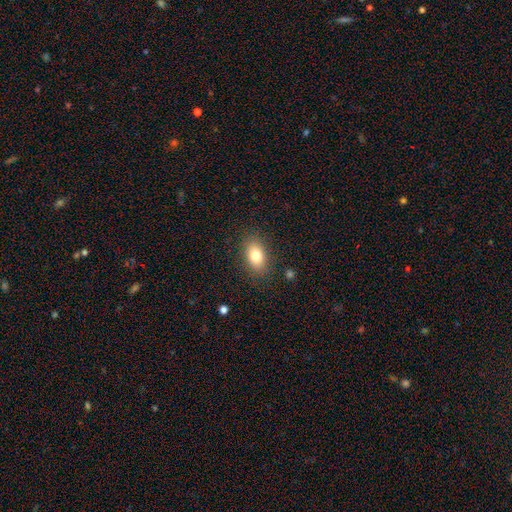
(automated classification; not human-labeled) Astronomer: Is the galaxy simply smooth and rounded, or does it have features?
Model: smooth — 81%.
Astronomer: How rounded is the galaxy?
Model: in between — 88%.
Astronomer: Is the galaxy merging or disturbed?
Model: none — 85%.